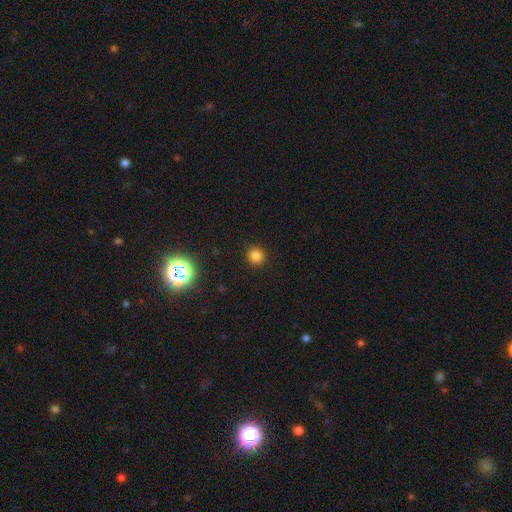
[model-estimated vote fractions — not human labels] The model was most divided on "smooth or featured": smooth: 80%, star or artifact: 16%, featured or disk: 4%. More confident: how rounded — round (92%); merging — none (91%).